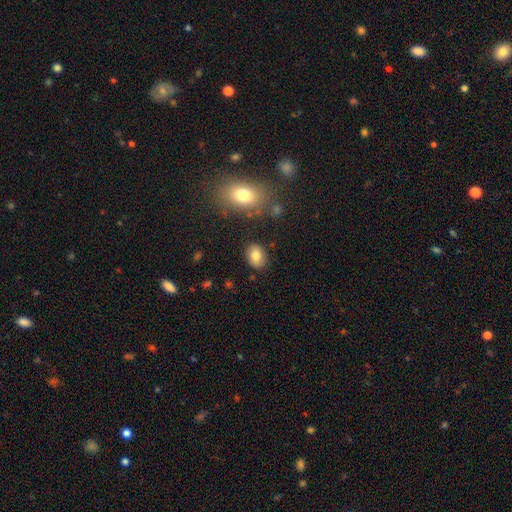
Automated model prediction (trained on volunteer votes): Smooth or featured? Predicted: smooth (p=0.80). How rounded? Predicted: in between (p=0.72). Merging? Predicted: none (p=0.85).